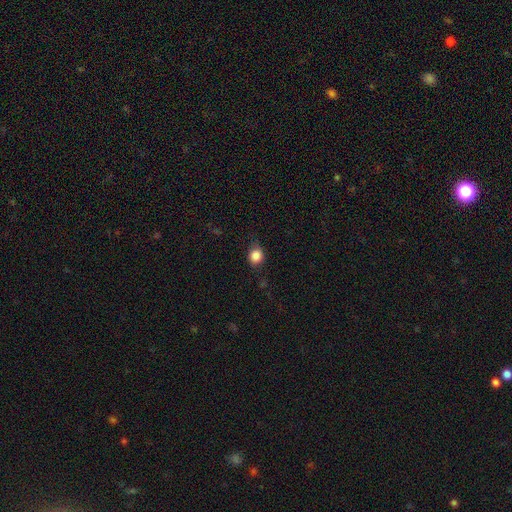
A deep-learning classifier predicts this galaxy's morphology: type=smooth (86%); roundness=round (67%); merging=none (74%).